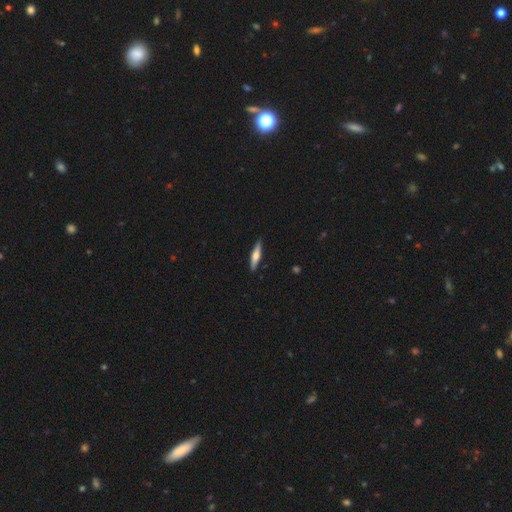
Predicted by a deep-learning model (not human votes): smooth-or-featured: featured or disk: 50% | smooth: 44% | star or artifact: 6%
  disk-edge-on: yes: 95% | no: 5%
  merging: none: 90% | minor disturbance: 8% | major disturbance: 2% | merger: 1%